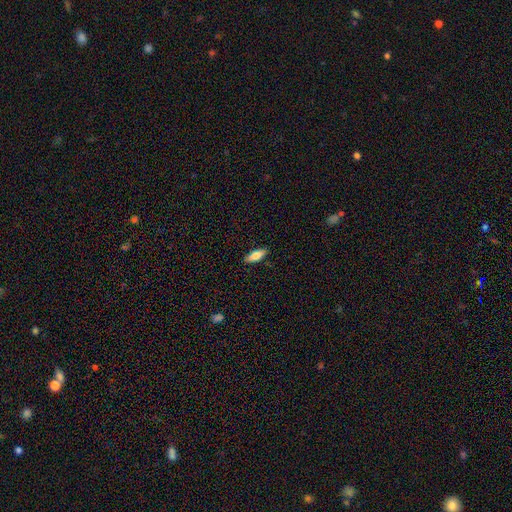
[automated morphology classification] This is likely a smooth galaxy (78%). How rounded: likely in between (64%). Merging: clearly none (88%).